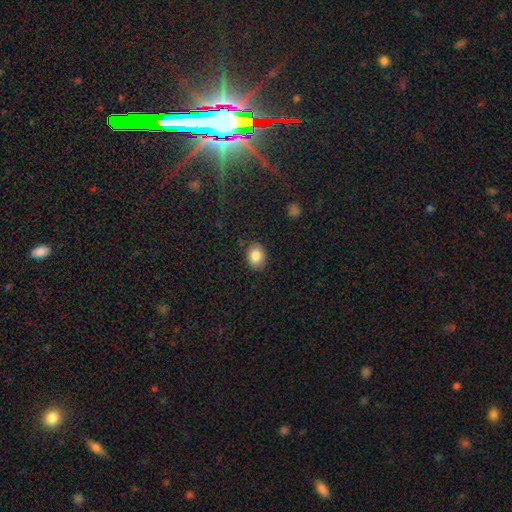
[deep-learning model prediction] smooth_or_featured: smooth (p=0.85) [alt: star or artifact p=0.09]
how_rounded: in between (p=0.56) [alt: round p=0.43]
merging: none (p=0.85) [alt: minor disturbance p=0.11]